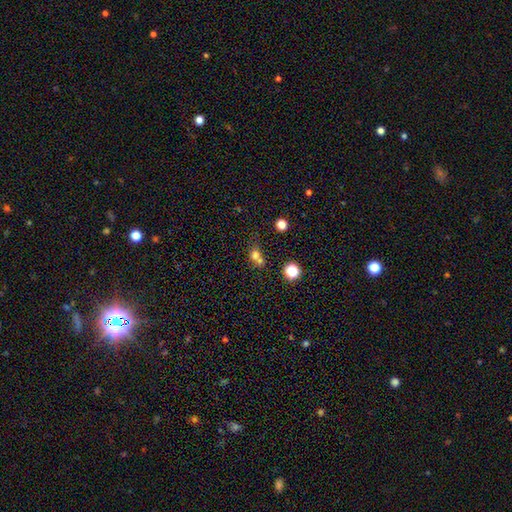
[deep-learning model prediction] A smooth galaxy with no disk features (70%) that is round (68%). Merging: merger (52%).